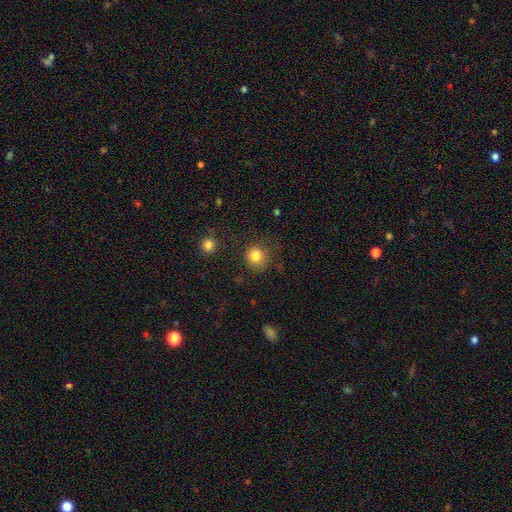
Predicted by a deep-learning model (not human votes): Morphology: type=smooth (83%); roundness=round (89%); merging=none (84%).